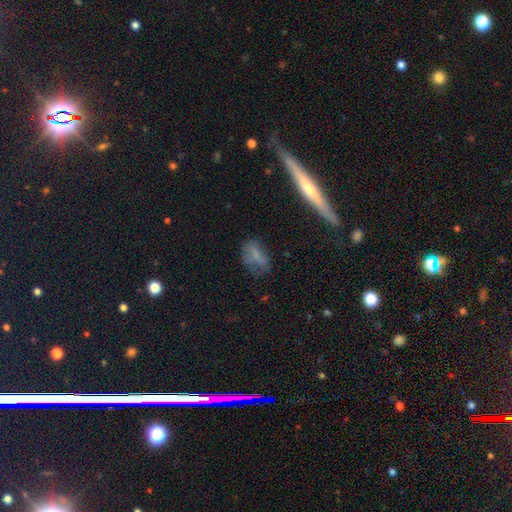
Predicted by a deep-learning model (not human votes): Smooth or featured?
  - smooth: 60% *
  - featured or disk: 27%
  - star or artifact: 13%
How rounded?
  - in between: 76% *
  - cigar-shaped: 12%
  - round: 12%
Merging?
  - none: 48% *
  - minor disturbance: 27%
  - major disturbance: 20%
  - merger: 4%